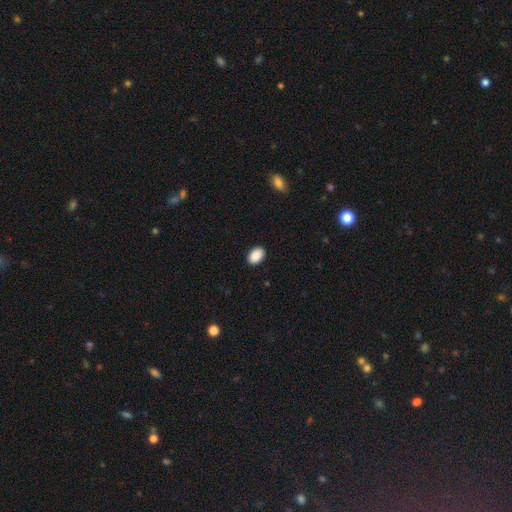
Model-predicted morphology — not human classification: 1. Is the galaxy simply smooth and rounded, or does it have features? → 90% smooth, 7% star or artifact, 3% featured or disk.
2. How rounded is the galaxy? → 87% in between, 12% round, 1% cigar-shaped.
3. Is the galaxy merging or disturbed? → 90% none, 8% minor disturbance, 2% major disturbance, 1% merger.